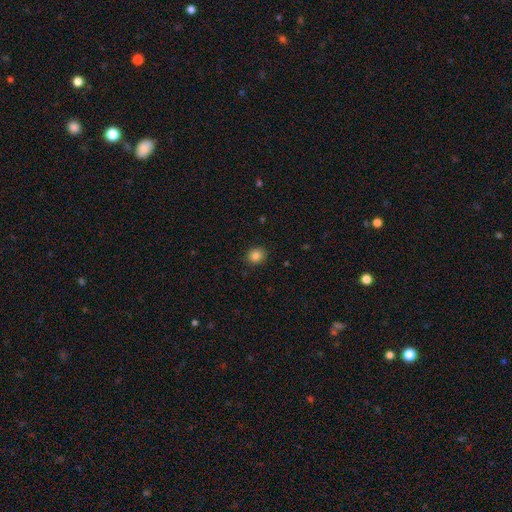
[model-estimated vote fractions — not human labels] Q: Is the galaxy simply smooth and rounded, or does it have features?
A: smooth — 85%.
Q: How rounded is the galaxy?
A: round — 75%.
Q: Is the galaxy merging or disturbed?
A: none — 89%.